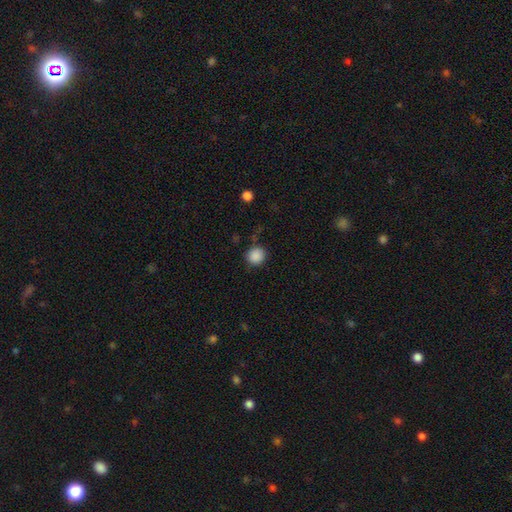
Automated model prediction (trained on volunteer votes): Overall: smooth (88%). How rounded: round (89%). Merging: none (83%).